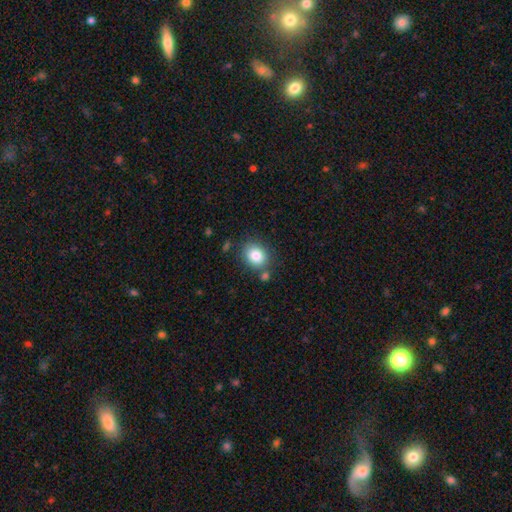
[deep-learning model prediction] Morphology: type=smooth (83%); roundness=round (56%); merging=none (76%).